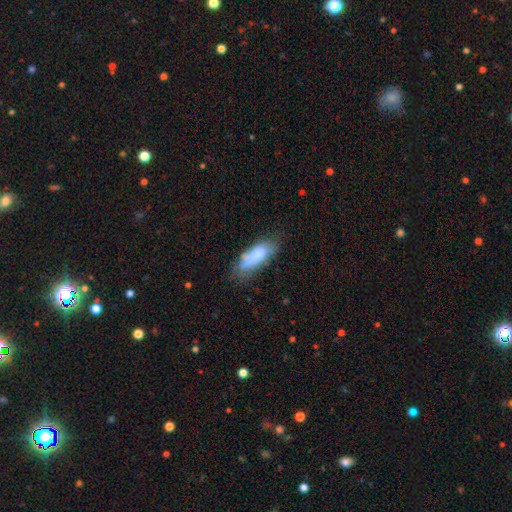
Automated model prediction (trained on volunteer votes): The model was most divided on "merging": none: 51%, minor disturbance: 32%, major disturbance: 14%, merger: 4%. More confident: smooth or featured — smooth (78%); how rounded — in between (69%).